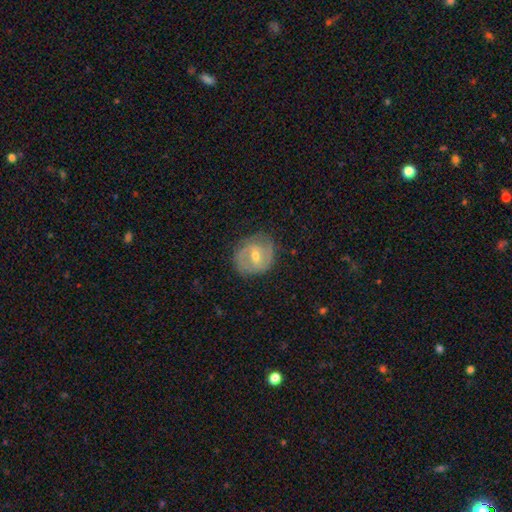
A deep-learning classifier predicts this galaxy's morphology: type=featured or disk (69%); edge-on=no (97%); bar=weak (53%); spiral arms=yes (82%); winding=medium (44%); arm count=2 (75%); bulge=moderate (55%); merging=none (77%).